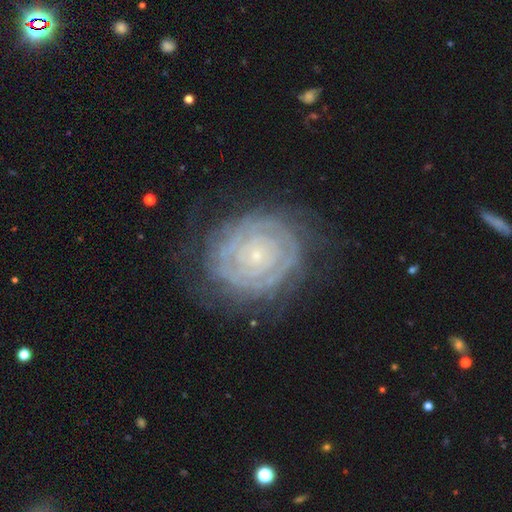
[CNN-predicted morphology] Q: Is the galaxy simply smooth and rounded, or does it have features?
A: featured or disk — 82%.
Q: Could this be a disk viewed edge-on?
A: no — 97%.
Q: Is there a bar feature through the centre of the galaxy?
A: no — 83%.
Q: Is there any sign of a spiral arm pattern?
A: yes — 91%.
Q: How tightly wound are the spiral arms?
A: tight — 87%.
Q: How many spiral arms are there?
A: can't tell — 42%.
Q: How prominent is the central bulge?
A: small — 87%.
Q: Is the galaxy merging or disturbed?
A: none — 74%.